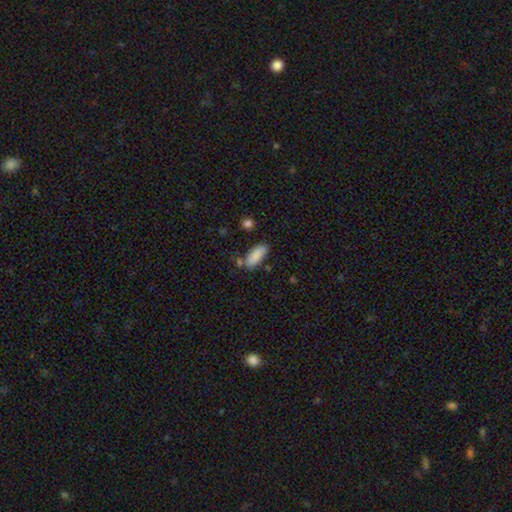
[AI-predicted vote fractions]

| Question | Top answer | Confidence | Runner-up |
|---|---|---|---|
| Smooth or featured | smooth | 86% | star or artifact (7%) |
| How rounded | in between | 75% | cigar-shaped (23%) |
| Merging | none | 68% | minor disturbance (19%) |